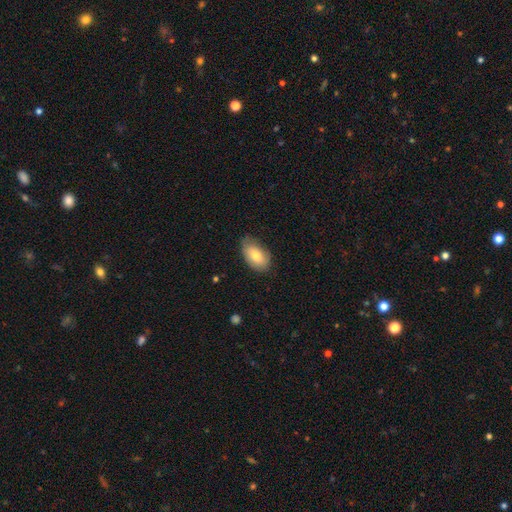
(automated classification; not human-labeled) Q: Smooth or featured?
A: smooth (76%); runner-up: featured or disk (17%)
Q: How rounded?
A: in between (92%); runner-up: round (6%)
Q: Merging?
A: none (71%); runner-up: minor disturbance (24%)